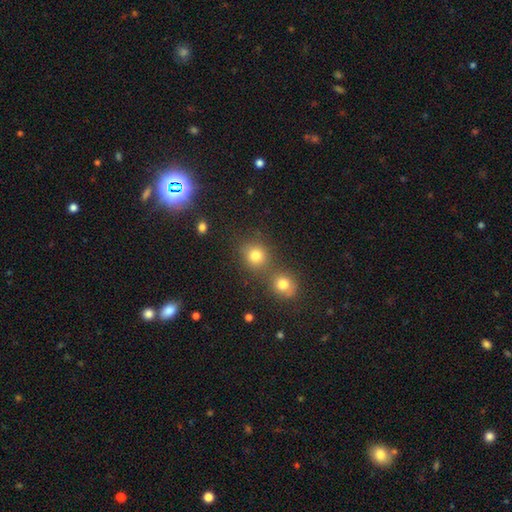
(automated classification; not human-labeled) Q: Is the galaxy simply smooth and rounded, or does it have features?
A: smooth — 78%.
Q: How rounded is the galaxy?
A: round — 85%.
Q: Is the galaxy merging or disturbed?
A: none — 59%.